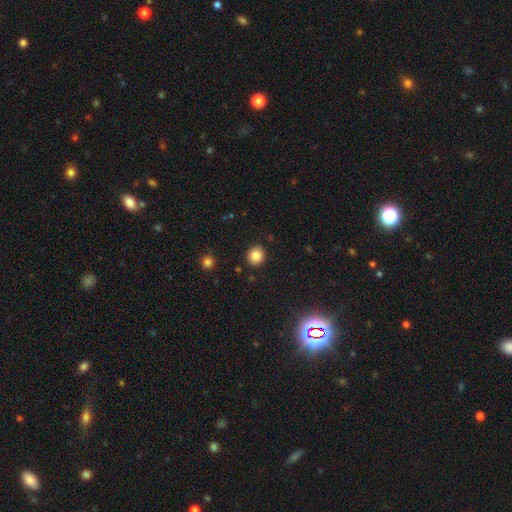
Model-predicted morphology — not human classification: Q: Smooth or featured?
A: smooth (84%); runner-up: star or artifact (11%)
Q: How rounded?
A: round (80%); runner-up: in between (19%)
Q: Merging?
A: none (90%); runner-up: minor disturbance (6%)